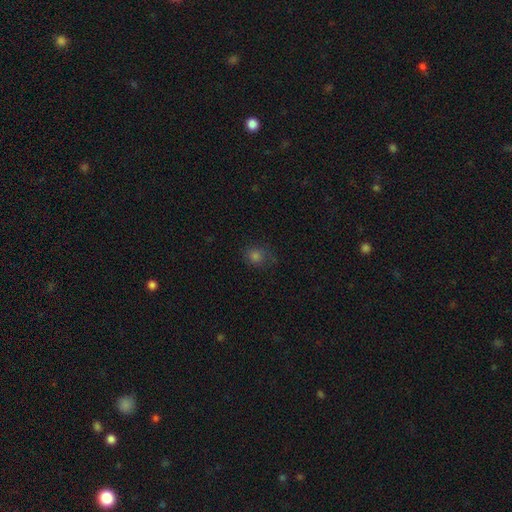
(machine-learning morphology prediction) Q: Smooth or featured?
A: smooth (69%); runner-up: star or artifact (22%)
Q: How rounded?
A: round (81%); runner-up: in between (18%)
Q: Merging?
A: none (73%); runner-up: minor disturbance (18%)